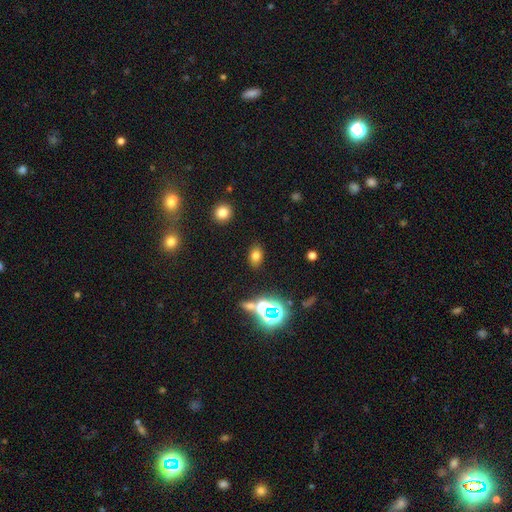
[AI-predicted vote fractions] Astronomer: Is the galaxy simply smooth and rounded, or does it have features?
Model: smooth — 70%.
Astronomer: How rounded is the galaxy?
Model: in between — 78%.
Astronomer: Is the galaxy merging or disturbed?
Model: none — 84%.